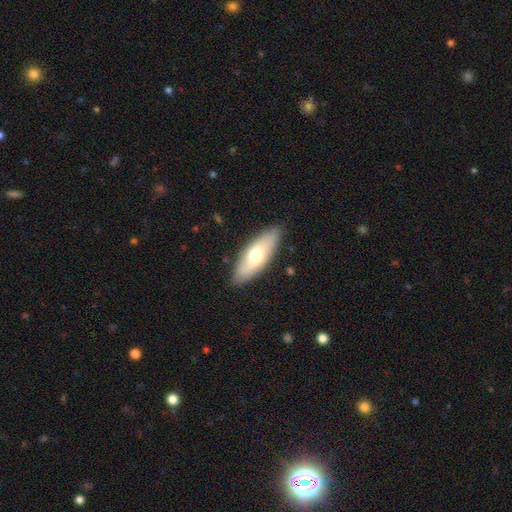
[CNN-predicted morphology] Smooth or featured?
  - smooth: 64% *
  - featured or disk: 31%
  - star or artifact: 5%
How rounded?
  - in between: 69% *
  - cigar-shaped: 29%
  - round: 2%
Merging?
  - none: 86% *
  - minor disturbance: 10%
  - major disturbance: 2%
  - merger: 1%